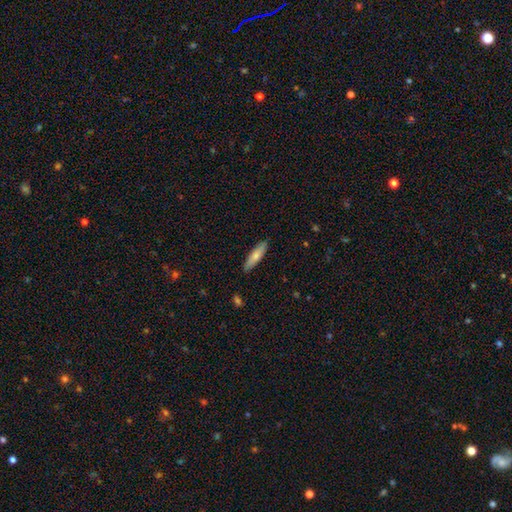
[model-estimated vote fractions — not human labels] smooth_or_featured: smooth (p=0.74) [alt: featured or disk p=0.21]
how_rounded: cigar-shaped (p=0.73) [alt: in between p=0.26]
merging: none (p=0.88) [alt: minor disturbance p=0.09]